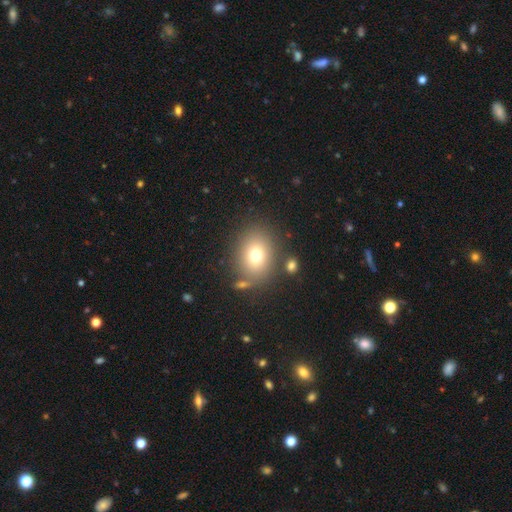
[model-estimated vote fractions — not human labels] This appears to be a smooth galaxy with no disk features (74%) that is round (53%). Merging: none (77%).